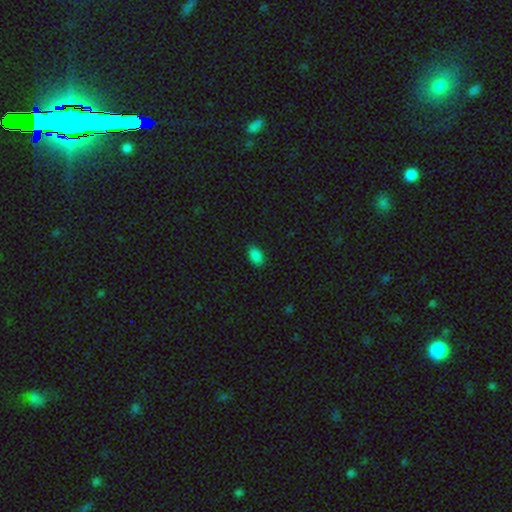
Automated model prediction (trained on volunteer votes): smooth_or_featured: smooth (p=0.87) [alt: star or artifact p=0.11]
how_rounded: in between (p=0.90) [alt: round p=0.09]
merging: none (p=0.87) [alt: minor disturbance p=0.10]